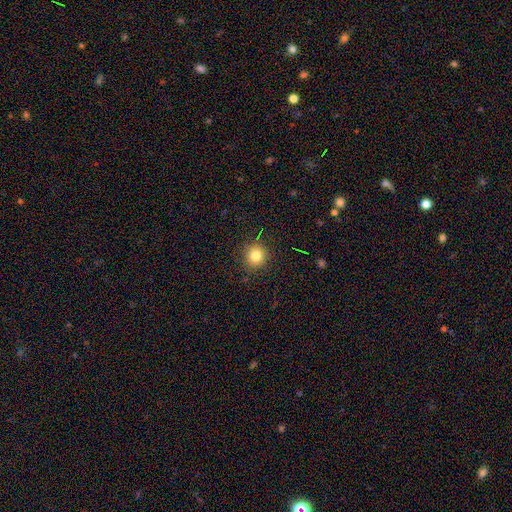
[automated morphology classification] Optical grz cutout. It shows a smooth galaxy with no disk features (81%) that is round (91%). Merging: none (89%).